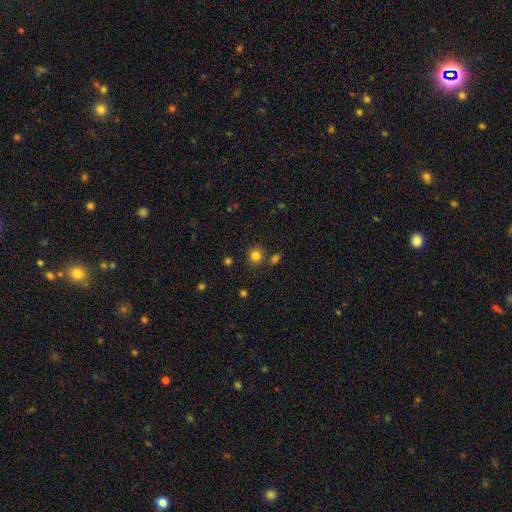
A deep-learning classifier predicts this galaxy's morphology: smooth_or_featured: smooth (p=0.81) [alt: star or artifact p=0.13]
how_rounded: round (p=0.79) [alt: in between p=0.21]
merging: none (p=0.77) [alt: minor disturbance p=0.11]